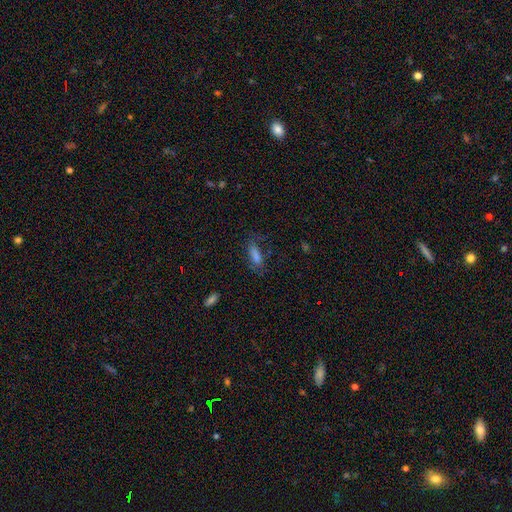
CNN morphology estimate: This appears to be a smooth galaxy with no disk features (60%) that is in between round and cigar-shaped (63%). Merging: none (59%).